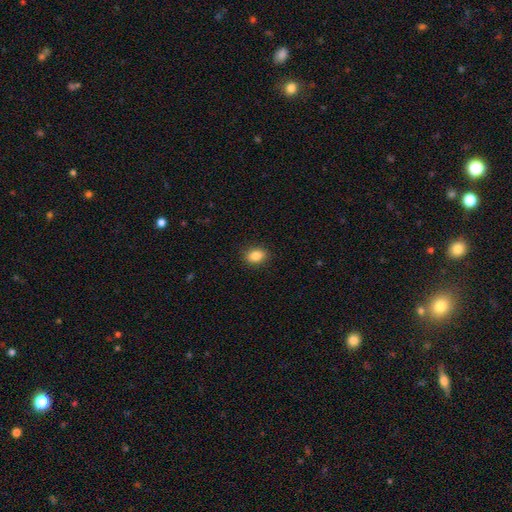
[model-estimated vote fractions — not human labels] smooth 86%, star or artifact 9%, featured or disk 5%. Down the decision tree: how rounded — in between (73%); merging — none (89%).